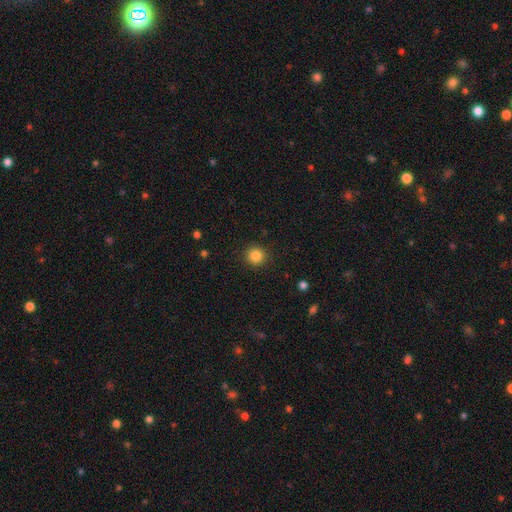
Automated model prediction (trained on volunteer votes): Overall: smooth (85%). How rounded: round (93%). Merging: none (91%).